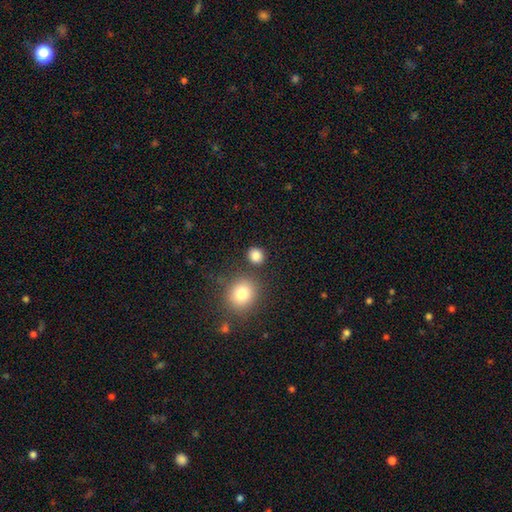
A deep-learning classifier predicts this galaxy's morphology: Smooth or featured? Predicted: smooth (p=0.84). How rounded? Predicted: round (p=0.83). Merging? Predicted: none (p=0.82).